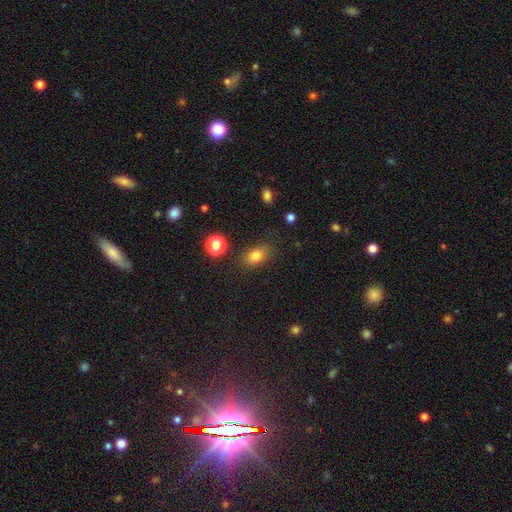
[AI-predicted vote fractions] smooth_or_featured: smooth (p=0.80) [alt: star or artifact p=0.12]
how_rounded: in between (p=0.77) [alt: round p=0.21]
merging: none (p=0.82) [alt: minor disturbance p=0.12]